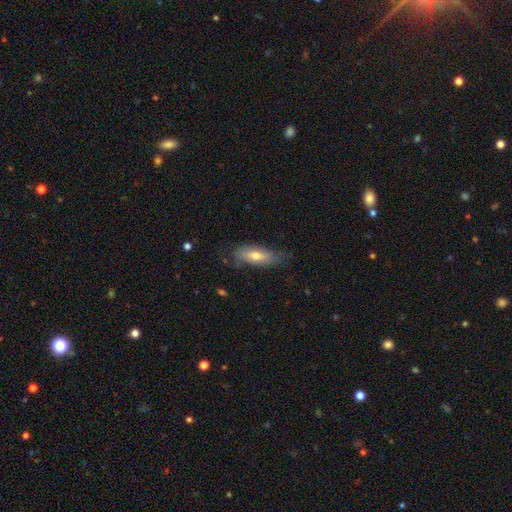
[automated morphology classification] Smooth or featured? Predicted: smooth (p=0.59). How rounded? Predicted: in between (p=0.57). Merging? Predicted: none (p=0.67).